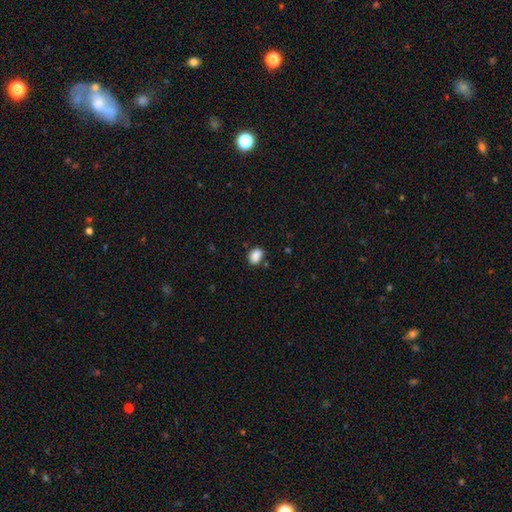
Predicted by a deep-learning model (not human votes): Smooth or featured? Predicted: smooth (p=0.88). How rounded? Predicted: in between (p=0.77). Merging? Predicted: none (p=0.78).